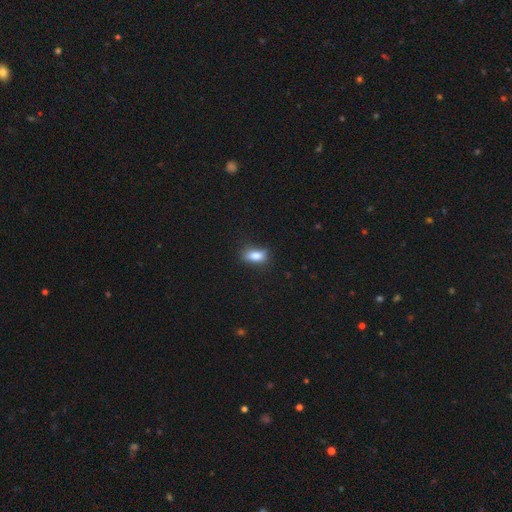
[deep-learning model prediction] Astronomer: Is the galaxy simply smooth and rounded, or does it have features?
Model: smooth — 81%.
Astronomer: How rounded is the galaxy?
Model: in between — 82%.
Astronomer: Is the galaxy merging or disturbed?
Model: none — 68%.